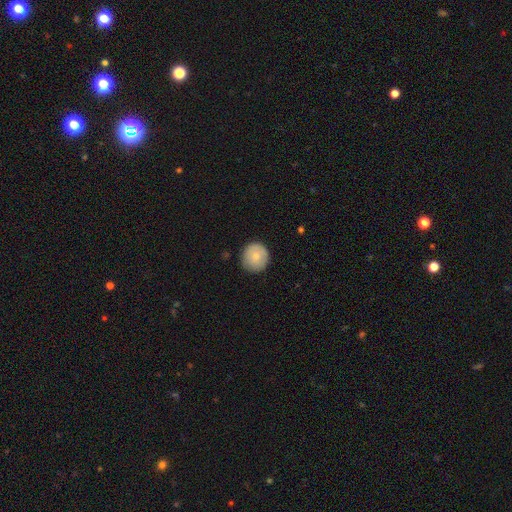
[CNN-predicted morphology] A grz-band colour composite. It shows a smooth galaxy with no disk features (80%) that is round (93%). Merging: none (85%).